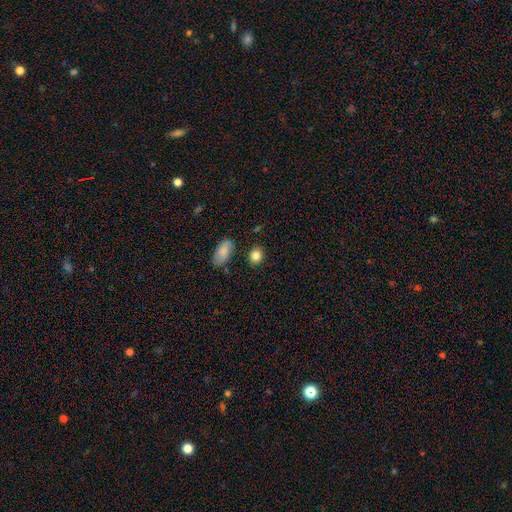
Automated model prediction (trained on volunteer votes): A smooth galaxy with no disk features (85%) that is round (62%).

Vote fractions:
- Smooth or featured? smooth: 85% / star or artifact: 10% / featured or disk: 6%
- How rounded? round: 62% / in between: 37% / cigar-shaped: 1%
- Merging? none: 84% / minor disturbance: 10% / merger: 4% / major disturbance: 3%